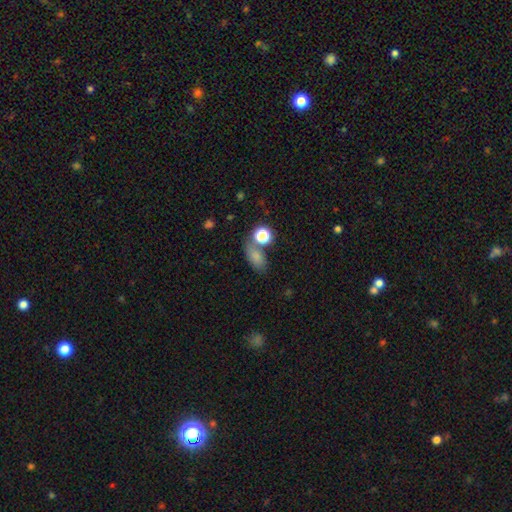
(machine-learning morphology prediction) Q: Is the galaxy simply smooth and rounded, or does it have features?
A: smooth — 76%.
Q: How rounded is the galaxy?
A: in between — 79%.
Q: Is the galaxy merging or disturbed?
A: none — 56%.